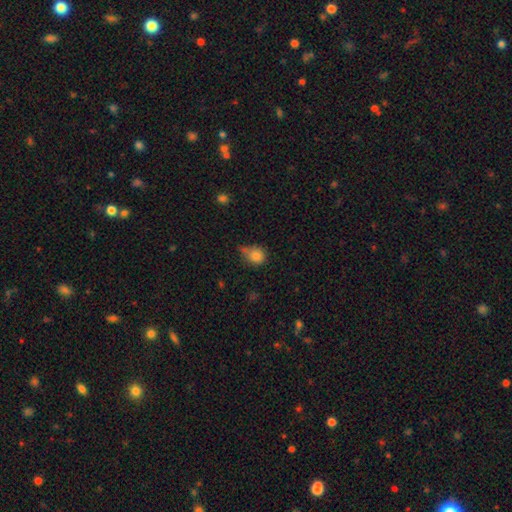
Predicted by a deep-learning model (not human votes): Smooth or featured? Predicted: smooth (p=0.81). How rounded? Predicted: round (p=0.76). Merging? Predicted: none (p=0.45).